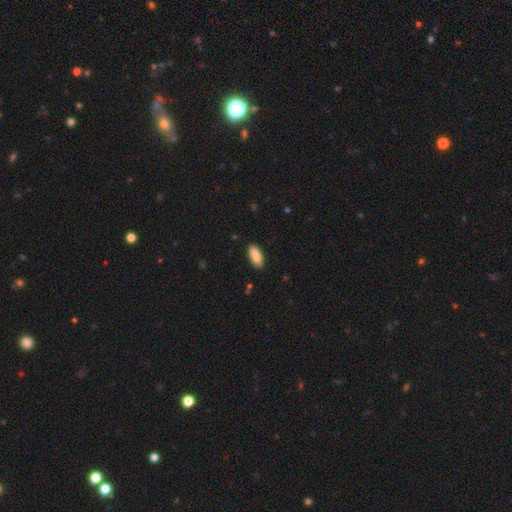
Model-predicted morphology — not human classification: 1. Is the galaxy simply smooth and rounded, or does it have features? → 88% smooth, 6% star or artifact, 6% featured or disk.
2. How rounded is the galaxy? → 82% in between, 17% cigar-shaped, 2% round.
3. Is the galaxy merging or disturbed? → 88% none, 9% minor disturbance, 2% major disturbance, 1% merger.